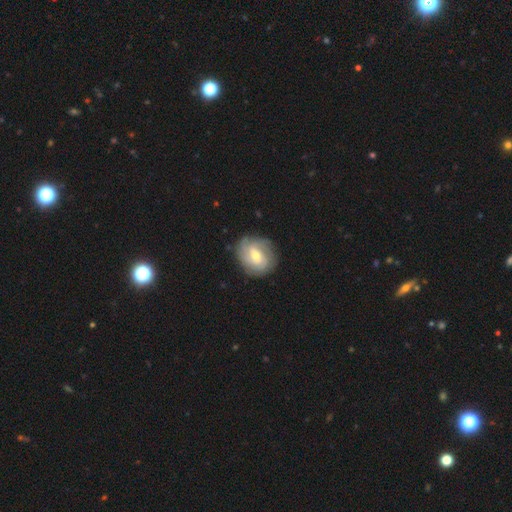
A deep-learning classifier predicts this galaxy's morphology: Smooth or featured: featured or disk — 70% (smooth — 24%)
Edge-on disk: no — 97% (yes — 3%)
Bar: weak — 54% (no — 30%)
Spiral arms: yes — 88% (no — 12%)
Spiral winding: tight — 58% (medium — 30%)
Spiral arm count: can't tell — 38% (2 — 24%)
Bulge size: moderate — 61% (small — 33%)
Merging: none — 79% (minor disturbance — 15%)